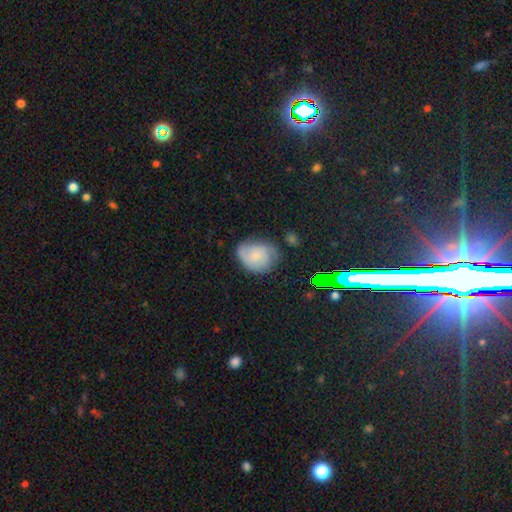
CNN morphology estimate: Q: Smooth or featured?
A: featured or disk (45%); tied with: smooth (45%)
Q: Merging?
A: none (56%); runner-up: minor disturbance (30%)